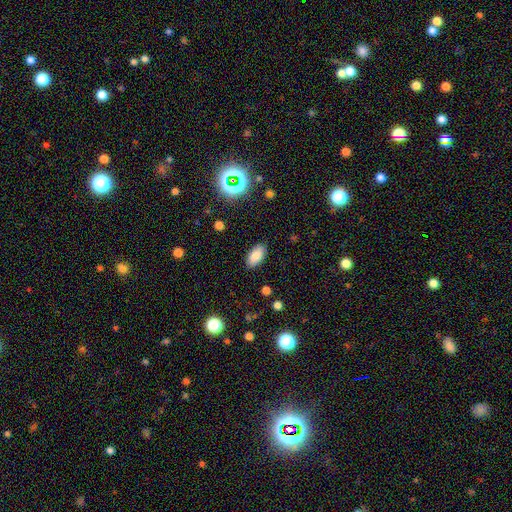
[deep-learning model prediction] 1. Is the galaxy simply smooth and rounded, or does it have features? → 82% smooth, 10% star or artifact, 8% featured or disk.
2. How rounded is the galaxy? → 93% in between, 4% round, 3% cigar-shaped.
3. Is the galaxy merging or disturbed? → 87% none, 10% minor disturbance, 2% major disturbance, 1% merger.